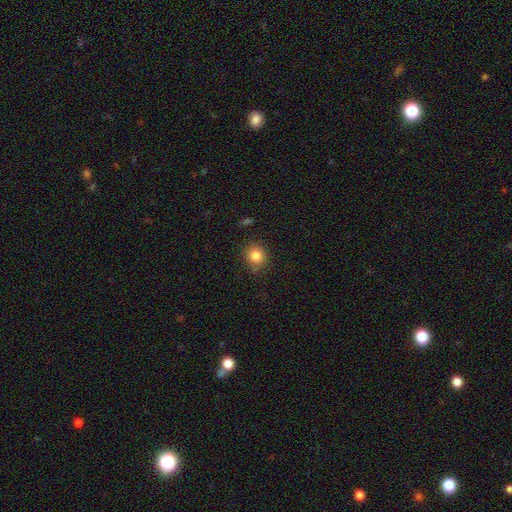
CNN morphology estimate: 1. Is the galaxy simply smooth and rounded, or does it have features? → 83% smooth, 11% star or artifact, 6% featured or disk.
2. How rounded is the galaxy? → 84% round, 15% in between, 1% cigar-shaped.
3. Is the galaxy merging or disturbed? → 81% none, 14% minor disturbance, 3% major disturbance, 2% merger.